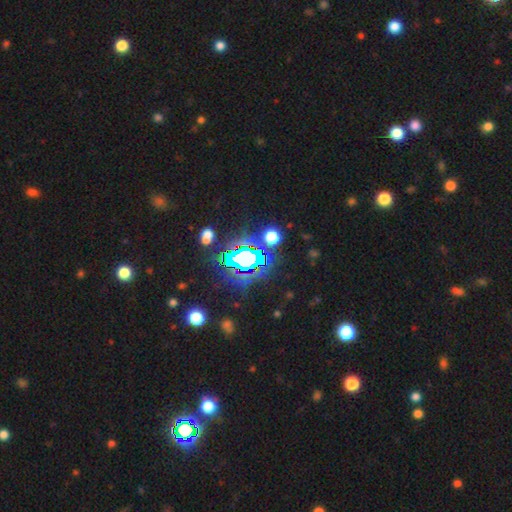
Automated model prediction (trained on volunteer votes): A star or artifact, not a galaxy (81%).